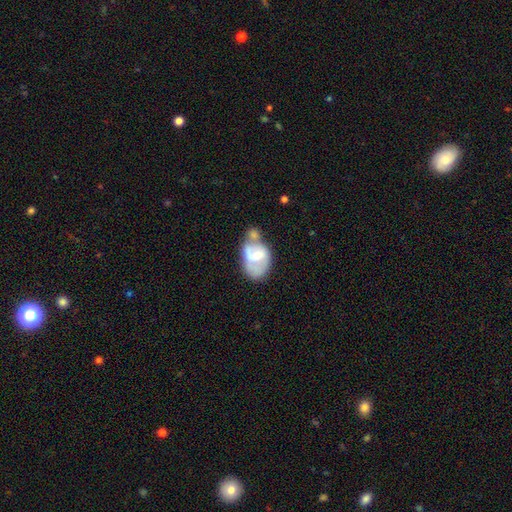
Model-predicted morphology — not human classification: Q: Smooth or featured?
A: featured or disk (51%); runner-up: smooth (42%)
Q: Edge-on disk?
A: no (96%); runner-up: yes (4%)
Q: Merging?
A: merger (35%); runner-up: none (23%)